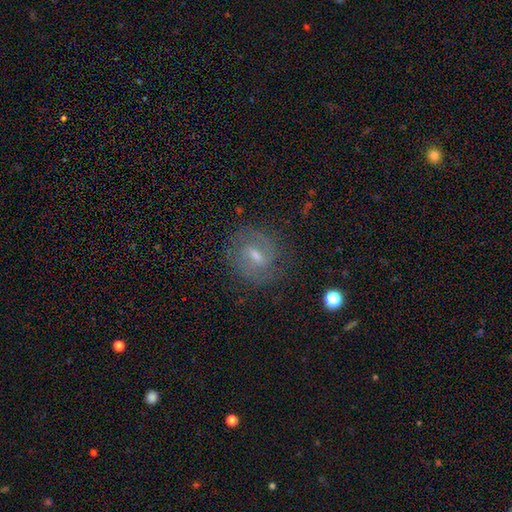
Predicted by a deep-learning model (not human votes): A featured or disk galaxy (71%) with a weak bar (58%), 2 (74%) medium (44%) spiral arms (87%) and a small central bulge (47%). Merging: none (79%).